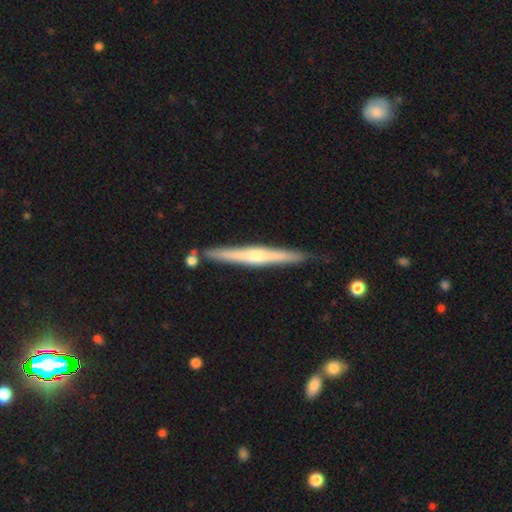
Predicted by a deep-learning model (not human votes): This is likely a featured or disk galaxy (70%). It is clearly viewed edge-on (97%). Edge-on bulge: likely rounded (77%). Merging: clearly none (85%).